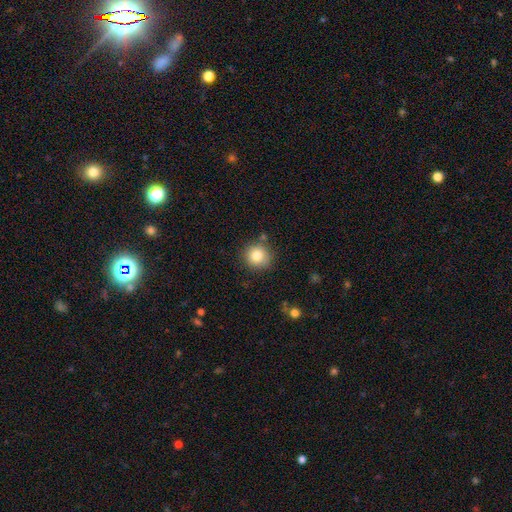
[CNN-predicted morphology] A smooth galaxy with no disk features (83%) that is round (91%).

Vote fractions:
- Smooth or featured? smooth: 83% / star or artifact: 10% / featured or disk: 7%
- How rounded? round: 91% / in between: 8% / cigar-shaped: 1%
- Merging? none: 82% / minor disturbance: 11% / merger: 4% / major disturbance: 3%